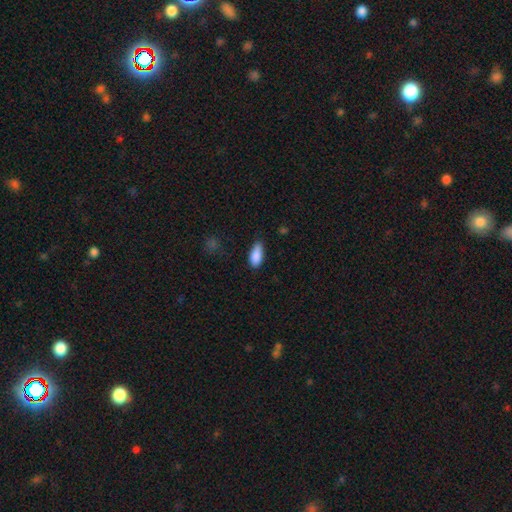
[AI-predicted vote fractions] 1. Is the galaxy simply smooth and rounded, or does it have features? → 87% smooth, 7% star or artifact, 6% featured or disk.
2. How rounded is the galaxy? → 86% in between, 11% cigar-shaped, 2% round.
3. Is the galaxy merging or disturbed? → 66% none, 28% minor disturbance, 5% major disturbance, 2% merger.